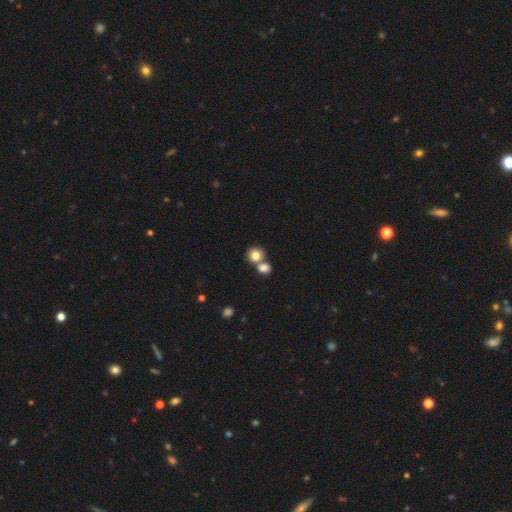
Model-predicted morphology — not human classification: type=smooth (82%); roundness=round (81%); merging=merger (48%).